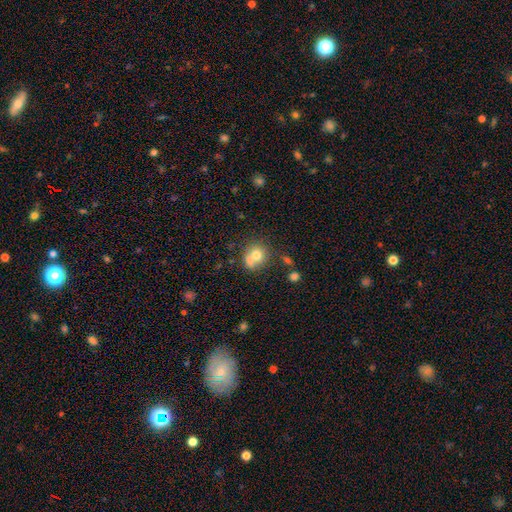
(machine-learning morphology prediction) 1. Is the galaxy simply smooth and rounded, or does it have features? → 72% smooth, 17% featured or disk, 11% star or artifact.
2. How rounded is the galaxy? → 78% round, 21% in between, 1% cigar-shaped.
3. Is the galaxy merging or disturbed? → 41% merger (tied), 41% none (tied), 12% minor disturbance, 6% major disturbance.